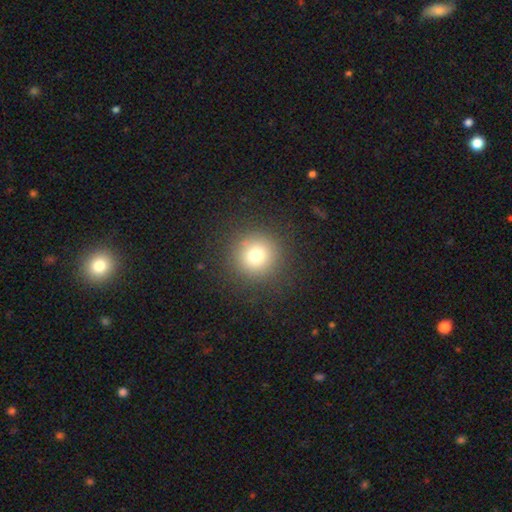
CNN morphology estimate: This appears to be a smooth galaxy with no disk features (76%) that is round (94%). Merging: none (89%).